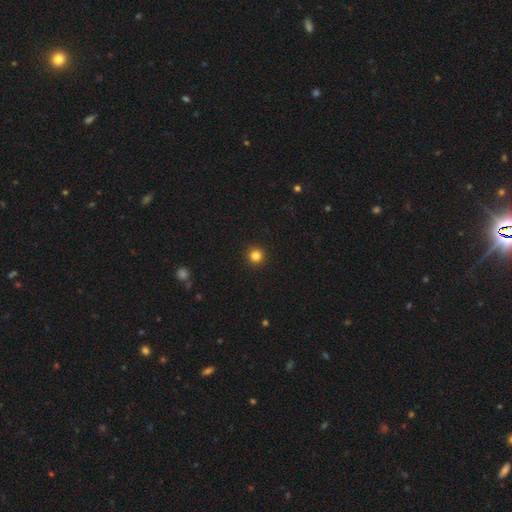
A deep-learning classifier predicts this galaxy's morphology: smooth-or-featured: smooth: 83% | star or artifact: 12% | featured or disk: 4%
  how-rounded: round: 96% | in between: 3% | cigar-shaped: 1%
  merging: none: 94% | minor disturbance: 4% | major disturbance: 1% | merger: 1%